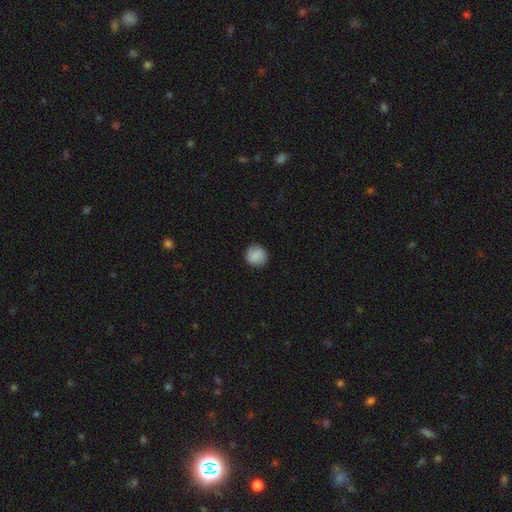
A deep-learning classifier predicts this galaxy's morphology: Smooth or featured? smooth (86%)
How rounded? round (92%)
Merging? none (87%)